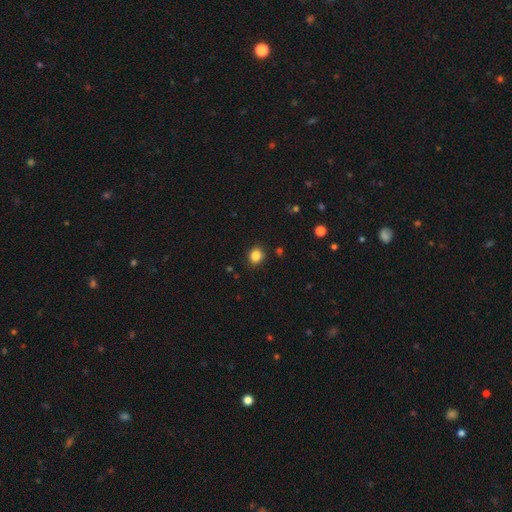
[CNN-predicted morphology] smooth-or-featured: smooth: 85% | star or artifact: 11% | featured or disk: 4%
  how-rounded: round: 60% | in between: 39% | cigar-shaped: 1%
  merging: none: 86% | minor disturbance: 10% | major disturbance: 3% | merger: 2%